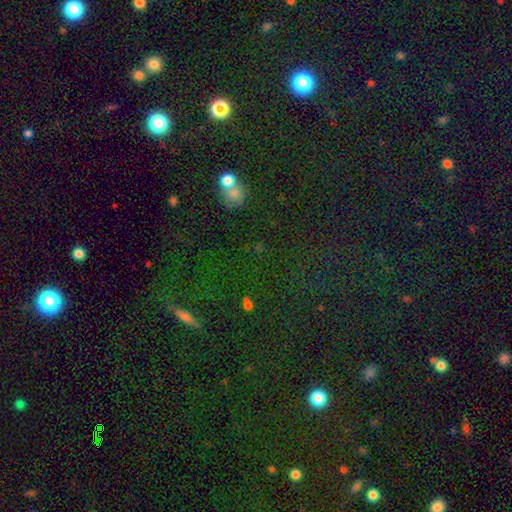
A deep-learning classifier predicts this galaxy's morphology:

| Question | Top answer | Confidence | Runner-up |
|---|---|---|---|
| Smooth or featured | star or artifact | 56% | smooth (32%) |